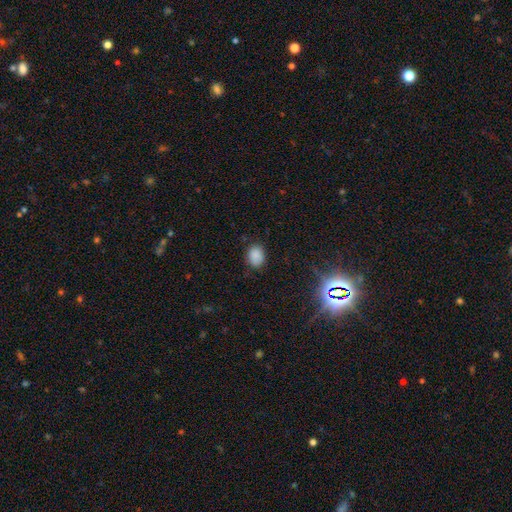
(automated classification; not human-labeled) smooth-or-featured: smooth: 85% | star or artifact: 11% | featured or disk: 4%
  how-rounded: in between: 63% | round: 36% | cigar-shaped: 1%
  merging: none: 79% | minor disturbance: 16% | major disturbance: 4% | merger: 1%